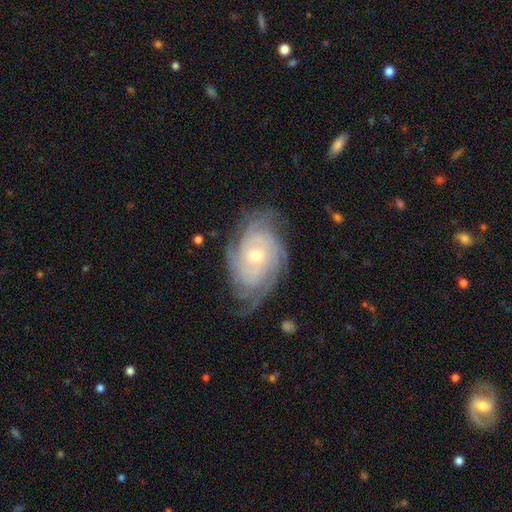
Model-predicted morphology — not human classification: featured or disk 88%, smooth 7%, star or artifact 5%. Down the decision tree: edge-on disk — no (96%); bar — no (71%); spiral arms — yes (97%); spiral arm count — can't tell (30%); spiral winding — tight (71%); bulge size — small (56%); merging — none (71%).